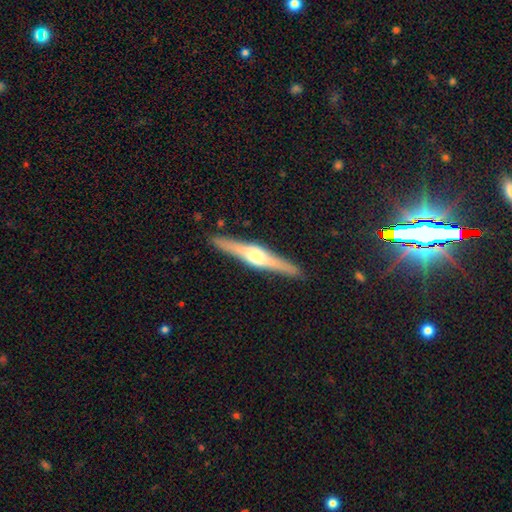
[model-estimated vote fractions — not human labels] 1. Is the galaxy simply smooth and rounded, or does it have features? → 74% featured or disk, 21% smooth, 5% star or artifact.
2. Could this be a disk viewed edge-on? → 98% yes, 2% no.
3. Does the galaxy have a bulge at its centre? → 88% rounded, 9% boxy, 3% none.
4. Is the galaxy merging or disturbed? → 90% none, 7% minor disturbance, 2% major disturbance, 1% merger.